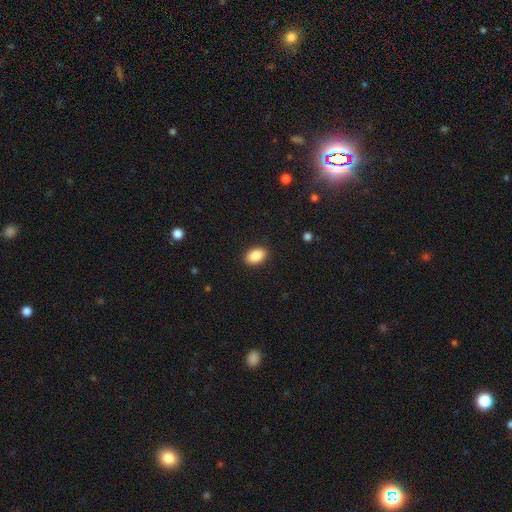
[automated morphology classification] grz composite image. It shows a smooth galaxy with no disk features (88%) that is in between round and cigar-shaped (89%). Merging: none (90%).